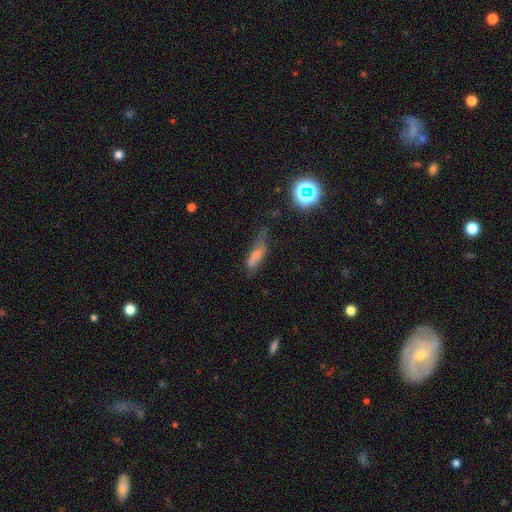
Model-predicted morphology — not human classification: Q: Smooth or featured?
A: smooth (69%); runner-up: featured or disk (18%)
Q: How rounded?
A: cigar-shaped (52%); runner-up: in between (45%)
Q: Merging?
A: none (36%); runner-up: minor disturbance (35%)